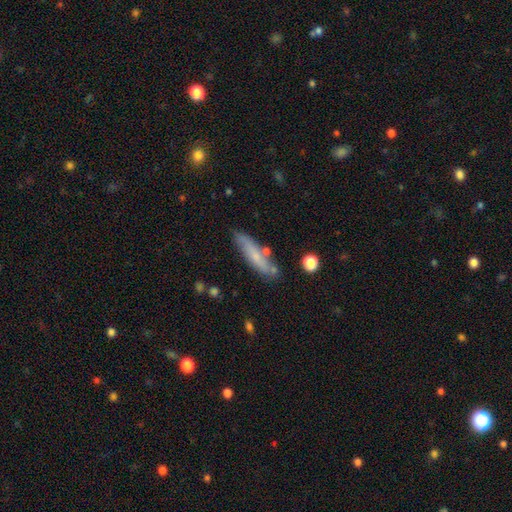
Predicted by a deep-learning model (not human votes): This appears to be a smooth galaxy with no disk features (60%) that is cigar-shaped (79%). Merging: none (76%).